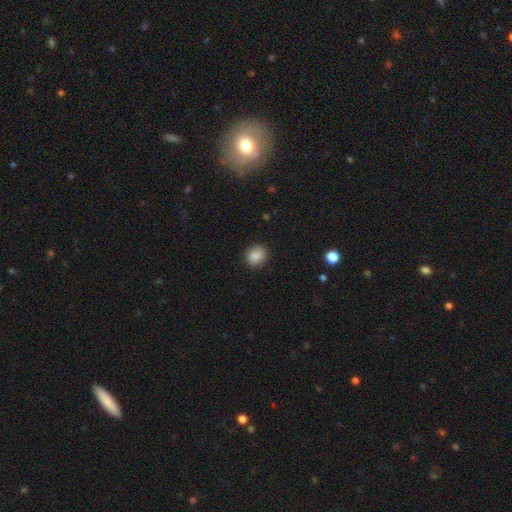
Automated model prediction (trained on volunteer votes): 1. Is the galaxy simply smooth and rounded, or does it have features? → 87% smooth, 9% star or artifact, 4% featured or disk.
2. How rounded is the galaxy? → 70% round, 29% in between, 1% cigar-shaped.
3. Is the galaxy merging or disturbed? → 88% none, 9% minor disturbance, 2% major disturbance, 1% merger.